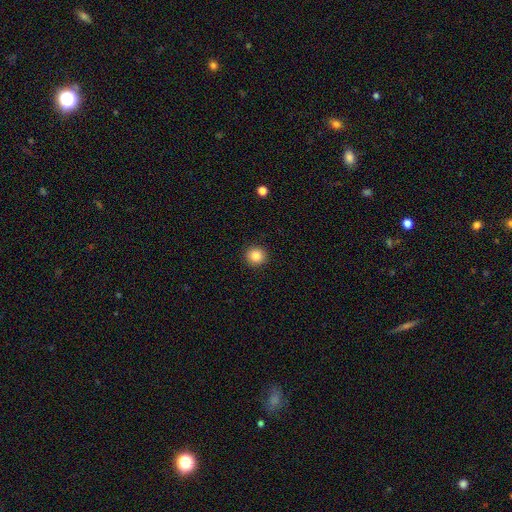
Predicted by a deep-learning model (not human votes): smooth 86%, star or artifact 9%, featured or disk 4%. Down the decision tree: how rounded — round (93%); merging — none (93%).